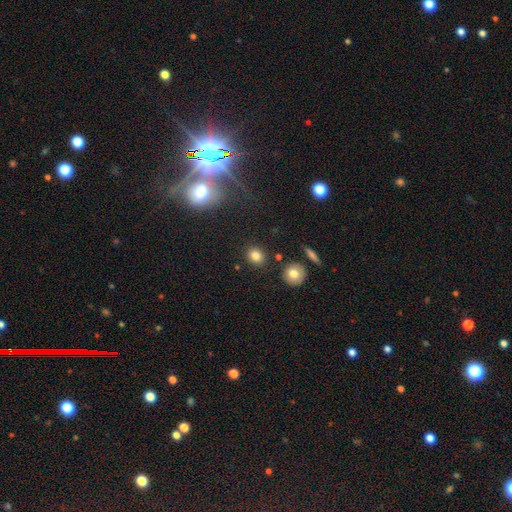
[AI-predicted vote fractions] A smooth galaxy with no disk features (82%) that is round (61%).

Vote fractions:
- Smooth or featured? smooth: 82% / star or artifact: 11% / featured or disk: 7%
- How rounded? round: 61% / in between: 38% / cigar-shaped: 1%
- Merging? none: 84% / minor disturbance: 8% / merger: 4% / major disturbance: 3%